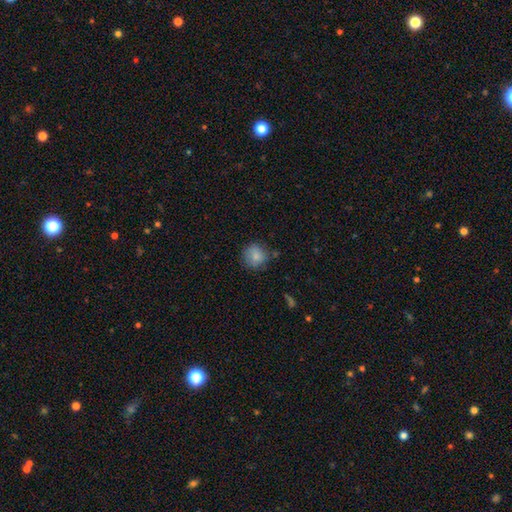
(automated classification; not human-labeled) This appears to be a smooth galaxy with no disk features (83%) that is round (88%). Merging: none (73%).